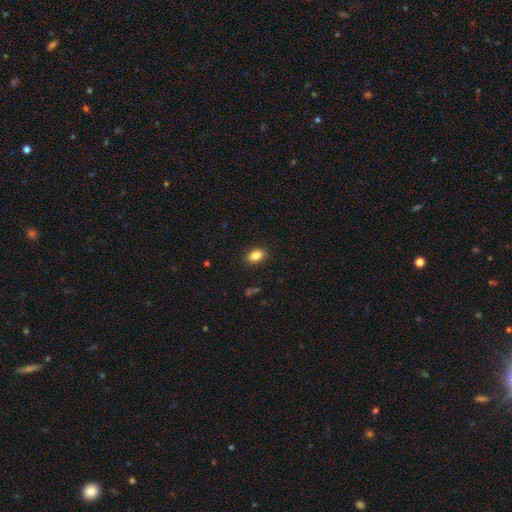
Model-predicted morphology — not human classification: A smooth galaxy with no disk features (86%) that is in between round and cigar-shaped (80%). Merging: none (89%).